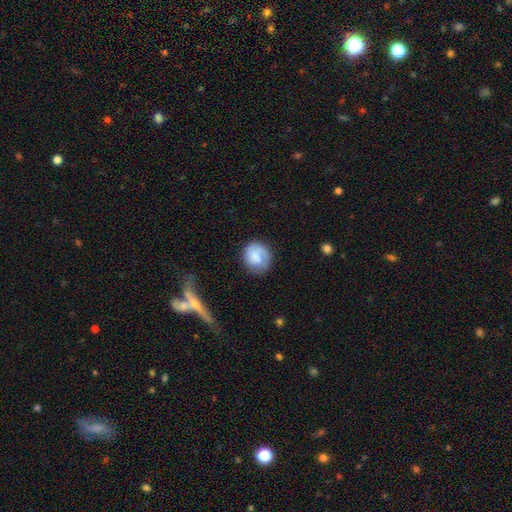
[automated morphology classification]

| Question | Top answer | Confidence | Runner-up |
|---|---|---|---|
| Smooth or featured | smooth | 65% | featured or disk (28%) |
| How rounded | round | 79% | in between (20%) |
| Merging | none | 71% | minor disturbance (18%) |